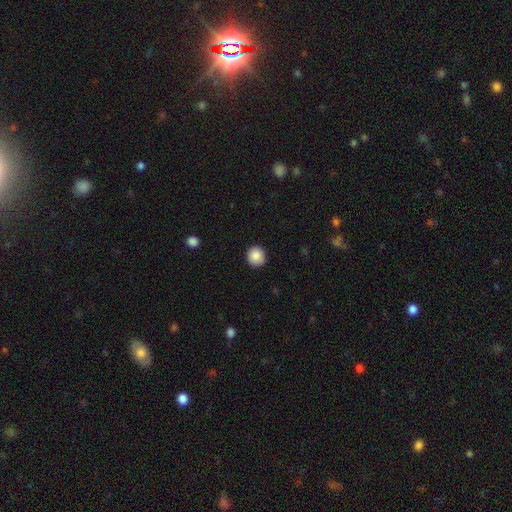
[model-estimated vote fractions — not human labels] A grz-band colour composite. It shows a smooth galaxy with no disk features (88%) that is round (90%). Merging: none (91%).